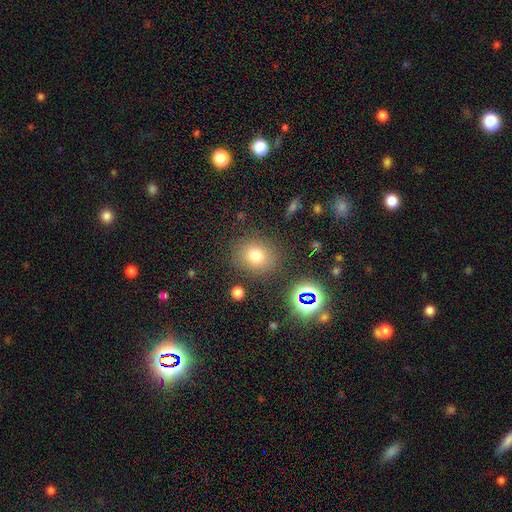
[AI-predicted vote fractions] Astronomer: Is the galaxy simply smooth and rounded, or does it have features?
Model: smooth — 74%.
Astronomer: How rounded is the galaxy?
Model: round — 76%.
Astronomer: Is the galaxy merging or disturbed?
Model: none — 84%.